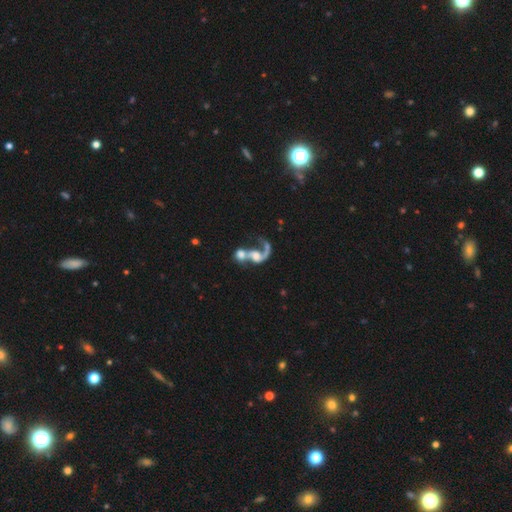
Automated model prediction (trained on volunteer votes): Overall: featured or disk (65%; smooth 25%). Edge-on disk: no (97%). Bar: no (65%; weak 25%). Spiral arms: yes (79%). Bulge size: moderate (35%; large 25%). Merging: merger (70%).